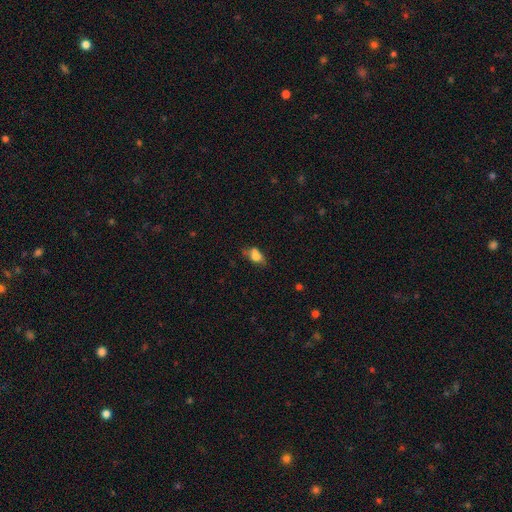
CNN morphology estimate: Smooth or featured: smooth — 67% (featured or disk — 23%)
How rounded: in between — 78% (round — 15%)
Merging: none — 42% (minor disturbance — 25%)